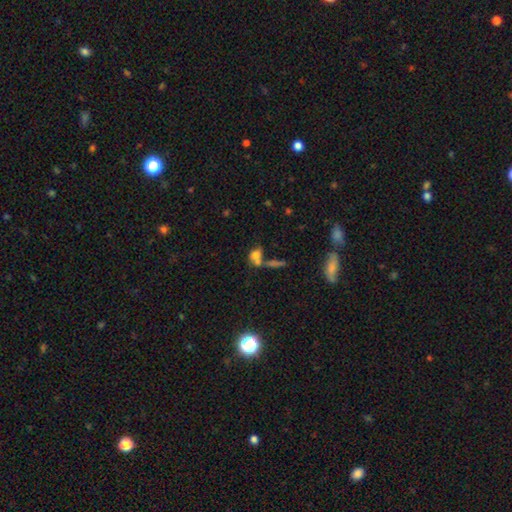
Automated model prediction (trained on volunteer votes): Q: Smooth or featured?
A: smooth (67%); runner-up: featured or disk (18%)
Q: How rounded?
A: in between (60%); runner-up: round (34%)
Q: Merging?
A: merger (50%); runner-up: none (32%)